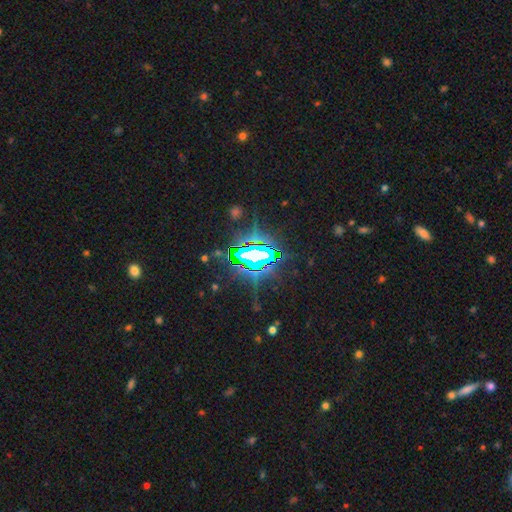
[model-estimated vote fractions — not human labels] smooth_or_featured: star or artifact (p=0.79) [alt: featured or disk p=0.12]